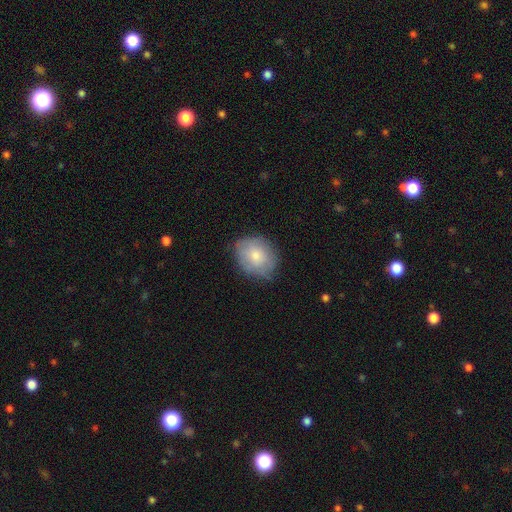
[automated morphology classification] smooth-or-featured: smooth: 73% | featured or disk: 20% | star or artifact: 7%
  how-rounded: round: 63% | in between: 36% | cigar-shaped: 1%
  merging: none: 70% | minor disturbance: 24% | major disturbance: 5% | merger: 1%